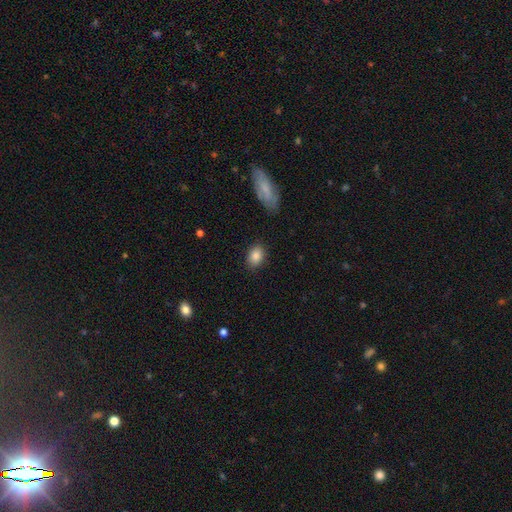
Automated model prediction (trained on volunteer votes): Overall: smooth (86%). How rounded: in between (73%). Merging: none (85%).